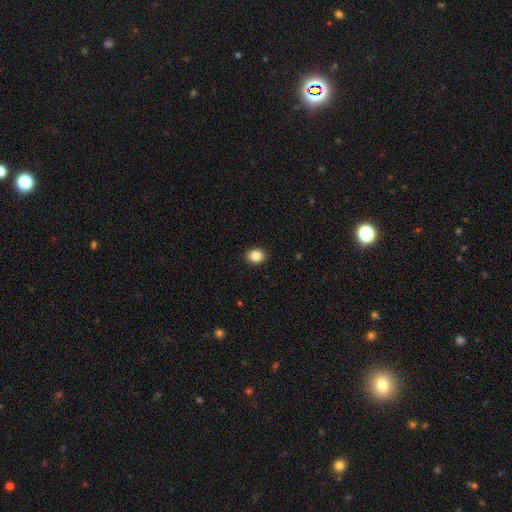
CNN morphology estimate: This is clearly a smooth galaxy (85%). How rounded: possibly round (57%). Merging: clearly none (92%).